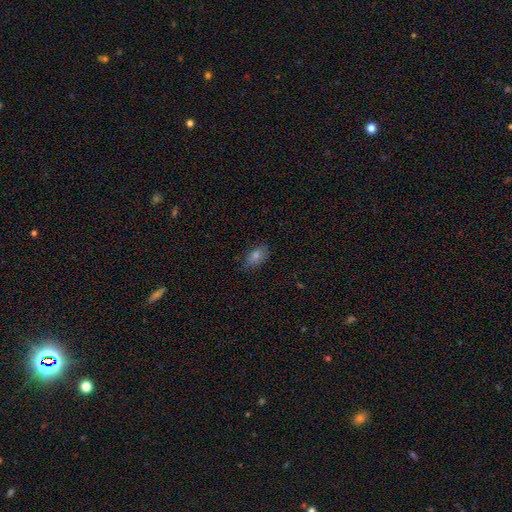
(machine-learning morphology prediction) A smooth galaxy with no disk features (68%) that is in between round and cigar-shaped (85%). Merging: none (81%).